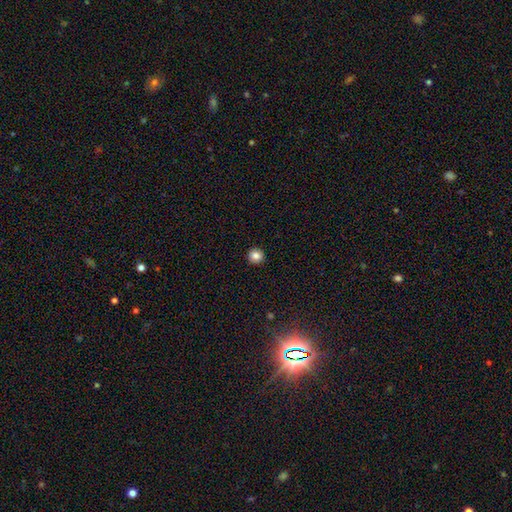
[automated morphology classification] smooth_or_featured: smooth (p=0.84) [alt: star or artifact p=0.10]
how_rounded: round (p=0.94) [alt: in between p=0.05]
merging: none (p=0.93) [alt: minor disturbance p=0.04]